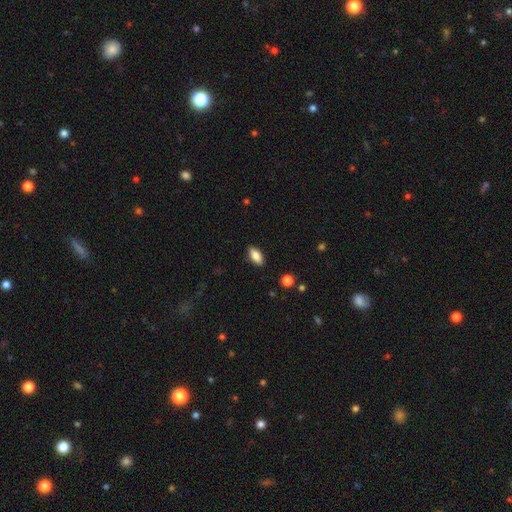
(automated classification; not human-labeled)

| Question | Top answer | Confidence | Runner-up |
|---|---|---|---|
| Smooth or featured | smooth | 82% | featured or disk (11%) |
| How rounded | in between | 87% | cigar-shaped (10%) |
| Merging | none | 88% | minor disturbance (9%) |